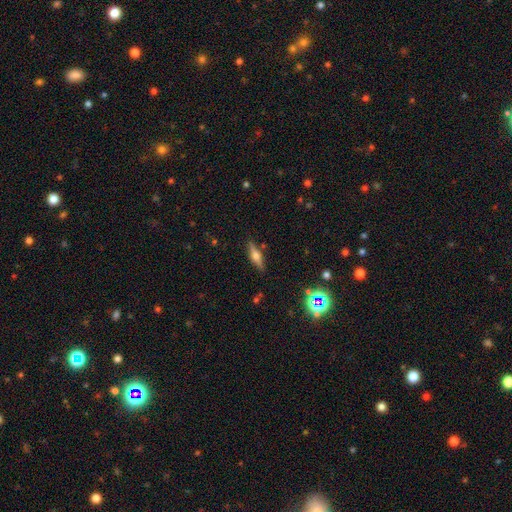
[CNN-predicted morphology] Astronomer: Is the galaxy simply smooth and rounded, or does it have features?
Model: featured or disk — 54% (runner-up: smooth, 37%).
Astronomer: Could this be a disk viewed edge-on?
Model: yes — 93%.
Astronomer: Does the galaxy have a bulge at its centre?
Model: rounded — 90%.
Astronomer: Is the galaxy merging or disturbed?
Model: none — 85%.